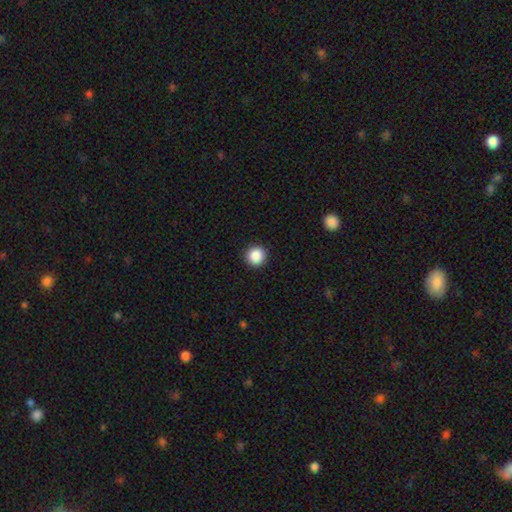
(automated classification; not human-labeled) A smooth galaxy with no disk features (88%) that is round (95%).

Vote fractions:
- Smooth or featured? smooth: 88% / star or artifact: 9% / featured or disk: 3%
- How rounded? round: 95% / in between: 4% / cigar-shaped: 1%
- Merging? none: 93% / minor disturbance: 5% / major disturbance: 2% / merger: 1%